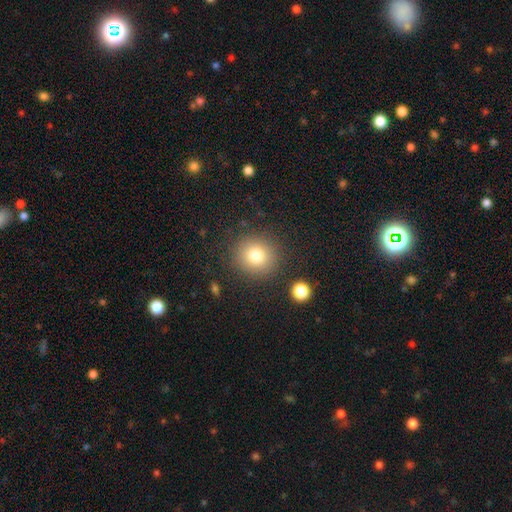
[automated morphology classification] smooth_or_featured: smooth (p=0.78) [alt: star or artifact p=0.12]
how_rounded: round (p=0.90) [alt: in between p=0.09]
merging: none (p=0.87) [alt: minor disturbance p=0.07]